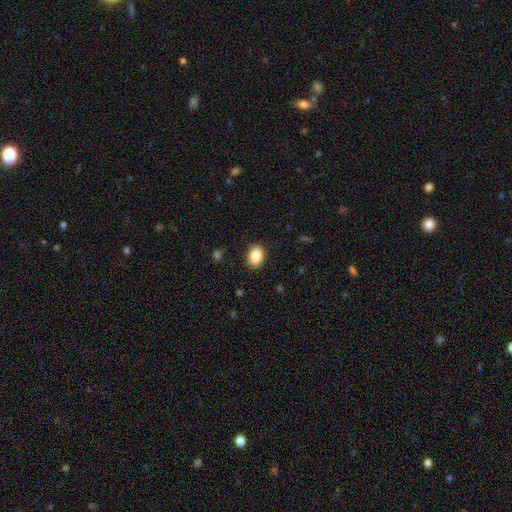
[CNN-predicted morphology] This is clearly a smooth galaxy (87%). How rounded: likely in between (72%). Merging: clearly none (89%).